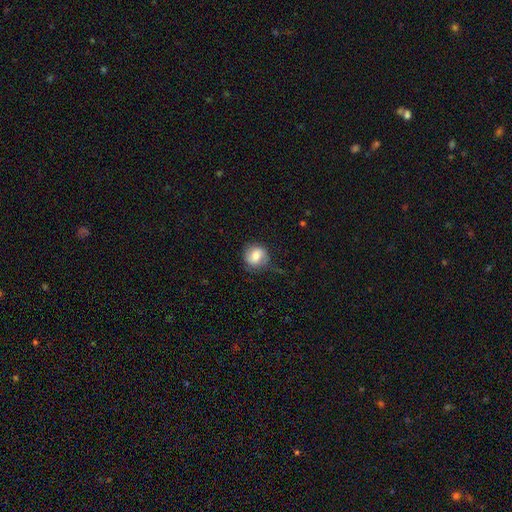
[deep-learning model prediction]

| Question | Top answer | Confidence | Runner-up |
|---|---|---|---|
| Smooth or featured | smooth | 68% | featured or disk (24%) |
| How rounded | round | 79% | in between (20%) |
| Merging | none | 65% | minor disturbance (25%) |